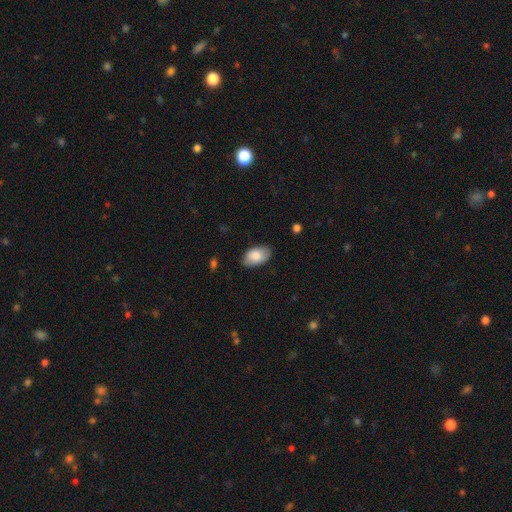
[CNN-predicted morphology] Q: Smooth or featured?
A: smooth (85%); runner-up: featured or disk (9%)
Q: How rounded?
A: in between (94%); runner-up: round (5%)
Q: Merging?
A: none (82%); runner-up: minor disturbance (14%)